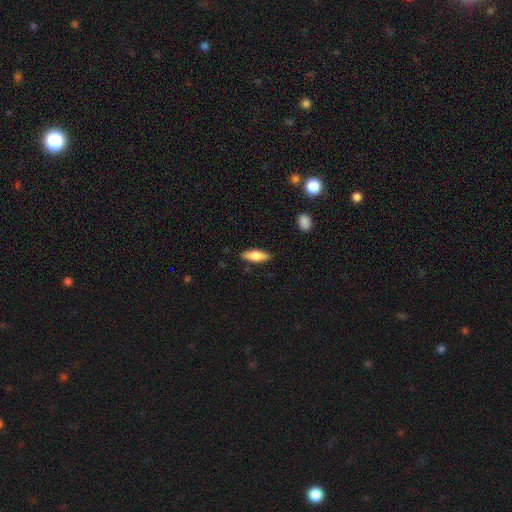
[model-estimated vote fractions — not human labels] smooth-or-featured: smooth: 71% | featured or disk: 23% | star or artifact: 6%
  how-rounded: in between: 53% | cigar-shaped: 45% | round: 2%
  merging: none: 86% | minor disturbance: 11% | major disturbance: 2% | merger: 1%